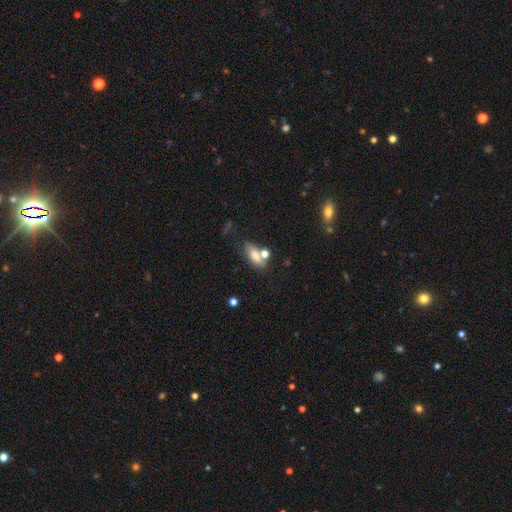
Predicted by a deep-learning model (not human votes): Morphology: type=smooth (71%); roundness=in between (76%); merging=none (52%).